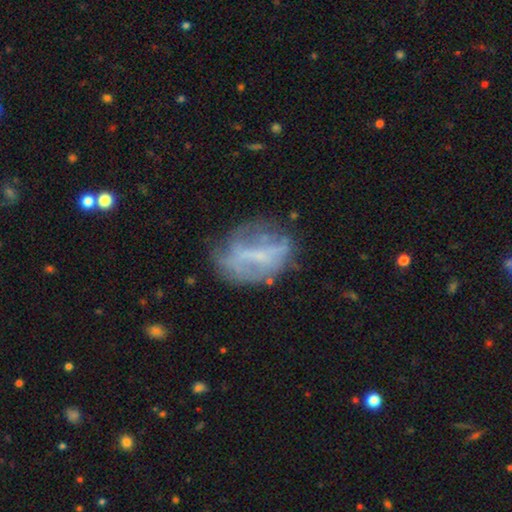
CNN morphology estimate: smooth_or_featured: featured or disk (p=0.57) [alt: smooth p=0.31]
disk_edge_on: no (p=0.94) [alt: yes p=0.06]
bar: no (p=0.38) [alt: weak p=0.35]
has_spiral_arms: no (p=0.69) [alt: yes p=0.31]
bulge_size: none (p=0.44) [alt: small p=0.38]
merging: none (p=0.51) [alt: minor disturbance p=0.25]